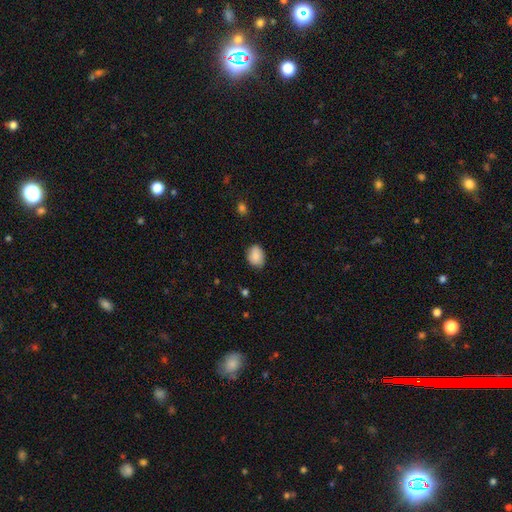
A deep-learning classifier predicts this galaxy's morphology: smooth 88%, star or artifact 7%, featured or disk 5%. Down the decision tree: how rounded — in between (68%); merging — none (77%).